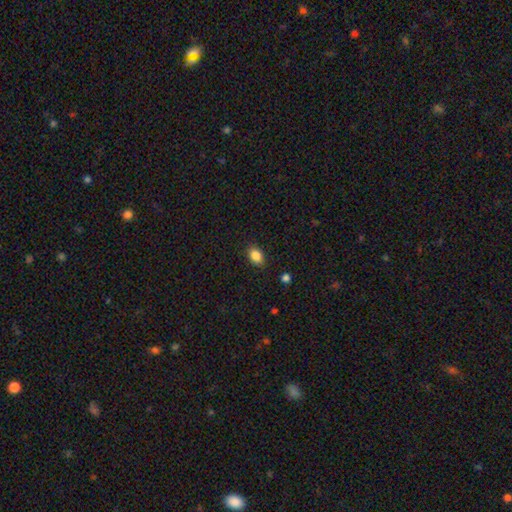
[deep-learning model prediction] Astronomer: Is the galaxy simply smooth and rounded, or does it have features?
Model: smooth — 86%.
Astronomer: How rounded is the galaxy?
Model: in between — 80%.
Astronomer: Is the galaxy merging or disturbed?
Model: none — 86%.